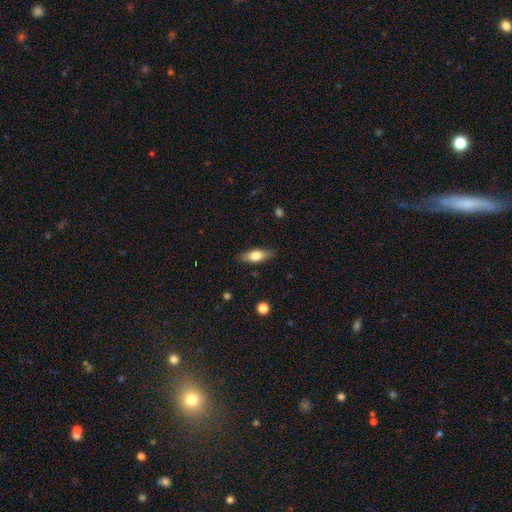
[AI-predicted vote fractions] Overall: smooth (67%). How rounded: in between (69%). Merging: none (86%).